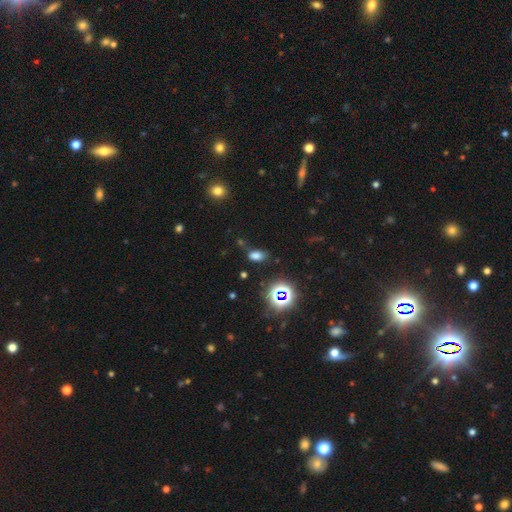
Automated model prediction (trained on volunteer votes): Overall: smooth (69%). How rounded: in between (87%). Merging: none (73%).